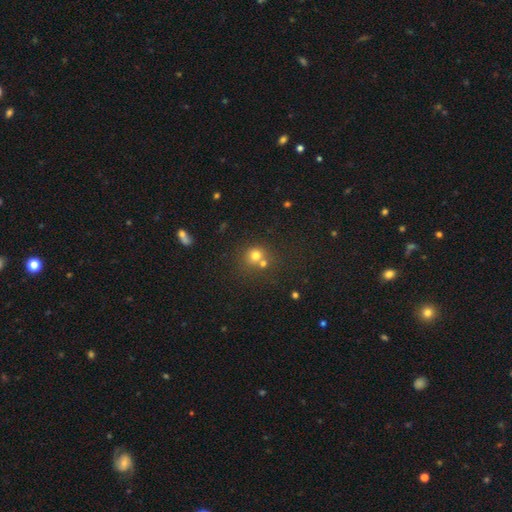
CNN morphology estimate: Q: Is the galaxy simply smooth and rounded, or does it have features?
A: smooth — 72%.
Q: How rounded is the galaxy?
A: round — 84%.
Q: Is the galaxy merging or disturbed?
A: none — 51%.